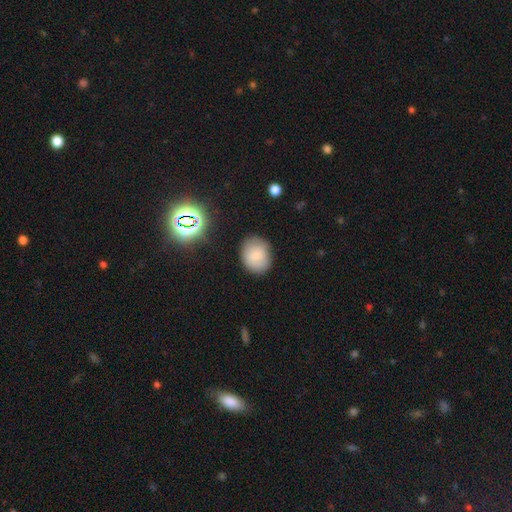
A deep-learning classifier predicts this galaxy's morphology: smooth_or_featured: smooth (p=0.78) [alt: featured or disk p=0.13]
how_rounded: round (p=0.52) [alt: in between p=0.47]
merging: none (p=0.78) [alt: minor disturbance p=0.17]